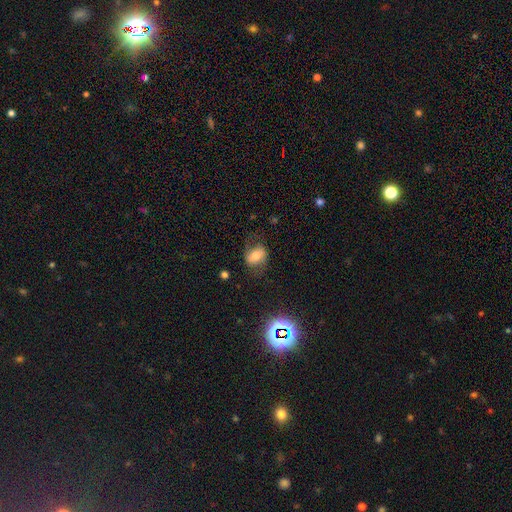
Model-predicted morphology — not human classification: Smooth or featured?
  - smooth: 56% *
  - featured or disk: 32%
  - star or artifact: 12%
How rounded?
  - in between: 70% *
  - round: 28%
  - cigar-shaped: 2%
Merging?
  - none: 64% *
  - minor disturbance: 21%
  - major disturbance: 13%
  - merger: 2%